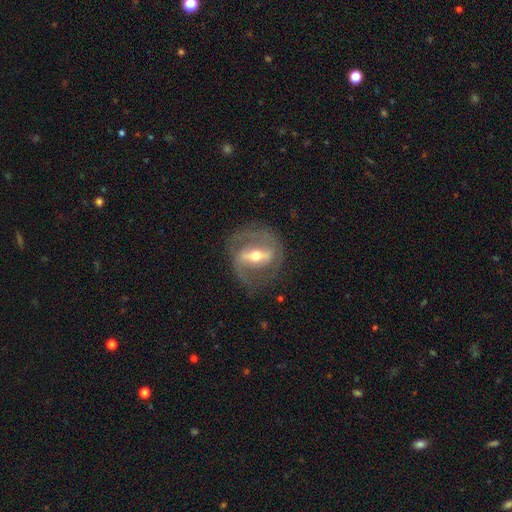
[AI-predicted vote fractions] Smooth or featured? featured or disk (85%)
Edge-on disk? no (91%)
Bar? strong (66%)
Spiral arms? yes (84%)
Spiral winding? medium (49%)
Spiral arm count? 2 (83%)
Bulge size? moderate (65%)
Merging? none (74%)